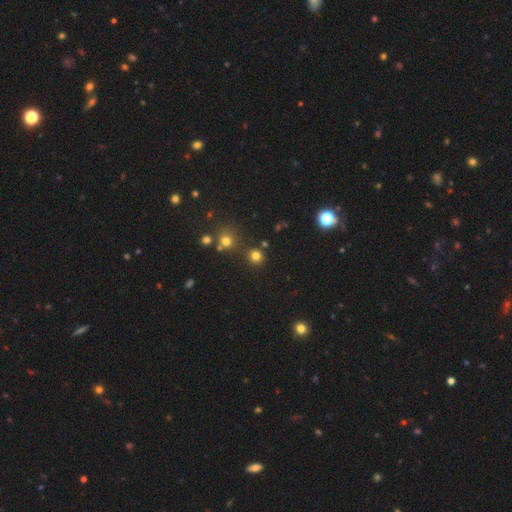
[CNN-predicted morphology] Q: Smooth or featured?
A: smooth (76%); runner-up: star or artifact (18%)
Q: How rounded?
A: round (92%); runner-up: in between (7%)
Q: Merging?
A: none (80%); runner-up: merger (9%)